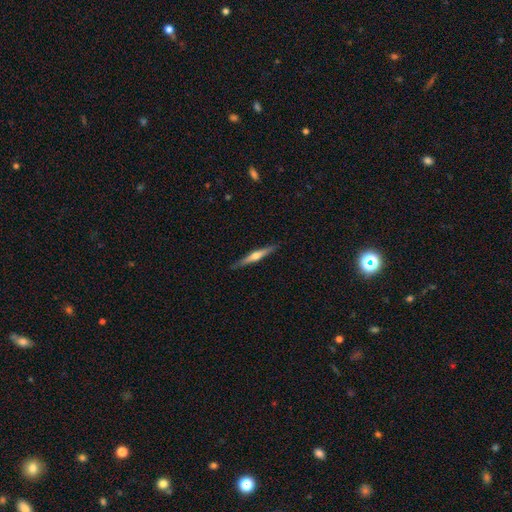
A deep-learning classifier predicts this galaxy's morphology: Smooth or featured?
  - featured or disk: 68% *
  - smooth: 27%
  - star or artifact: 6%
Edge-on disk?
  - yes: 98% *
  - no: 2%
Edge-on bulge?
  - rounded: 87% *
  - none: 7%
  - boxy: 5%
Merging?
  - none: 90% *
  - minor disturbance: 8%
  - major disturbance: 1%
  - merger: 1%